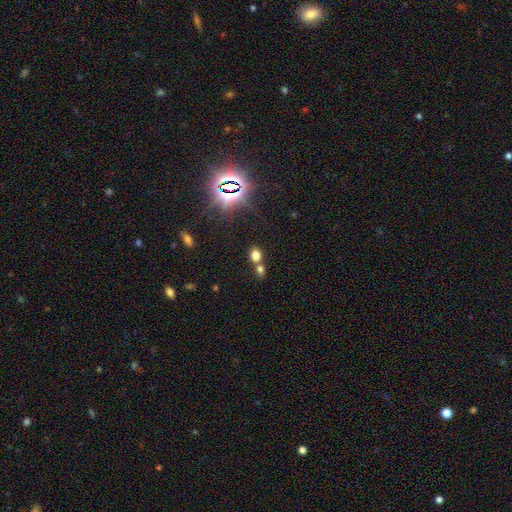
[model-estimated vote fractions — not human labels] Smooth or featured? Predicted: smooth (p=0.70). How rounded? Predicted: round (p=0.53). Merging? Predicted: none (p=0.49).